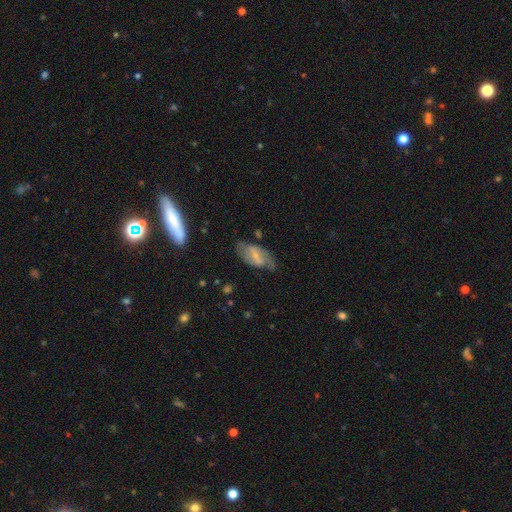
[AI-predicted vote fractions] Smooth or featured?
  - featured or disk: 65% *
  - smooth: 29%
  - star or artifact: 7%
Edge-on disk?
  - no: 93% *
  - yes: 7%
Bar?
  - weak: 46% *
  - strong: 38%
  - no: 17%
Spiral arms?
  - yes: 79% *
  - no: 21%
Bulge size?
  - small: 55% *
  - moderate: 25%
  - none: 16%
  - large: 3%
  - dominant: 1%
Merging?
  - none: 64% *
  - minor disturbance: 23%
  - major disturbance: 11%
  - merger: 2%